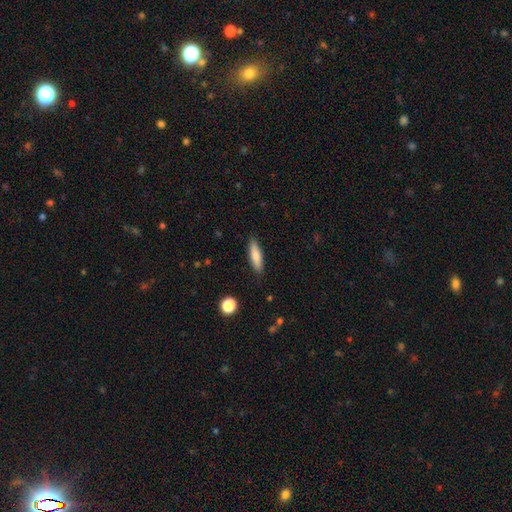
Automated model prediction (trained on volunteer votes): smooth 80%, featured or disk 13%, star or artifact 7%. Down the decision tree: how rounded — cigar-shaped (65%); merging — none (87%).